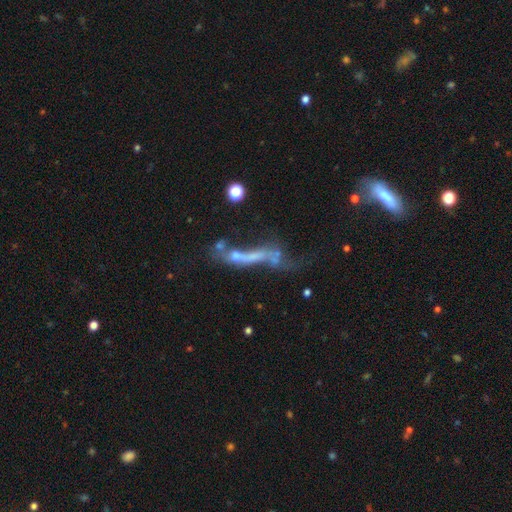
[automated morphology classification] featured or disk 50%, smooth 33%, star or artifact 17%. Down the decision tree: edge-on disk — no (68%); merging — merger (38%).